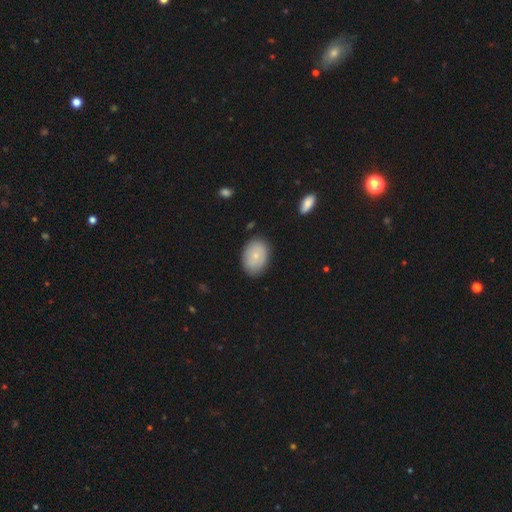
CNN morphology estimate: smooth-or-featured: smooth: 73% | featured or disk: 20% | star or artifact: 7%
  how-rounded: in between: 77% | round: 22% | cigar-shaped: 1%
  merging: none: 82% | minor disturbance: 14% | major disturbance: 3% | merger: 1%